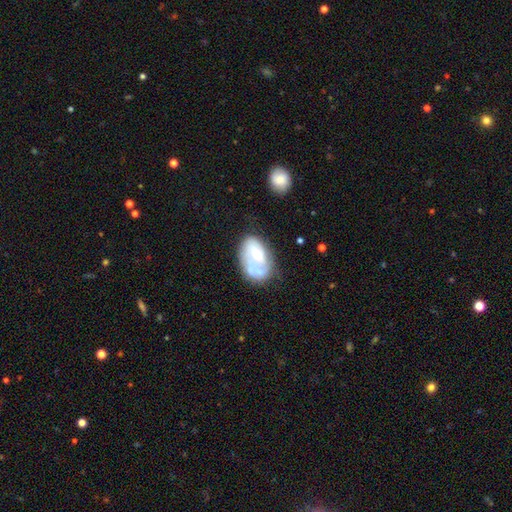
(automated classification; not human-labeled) This appears to be a smooth galaxy with no disk features (46%, tied with featured or disk). Merging: none (37%).